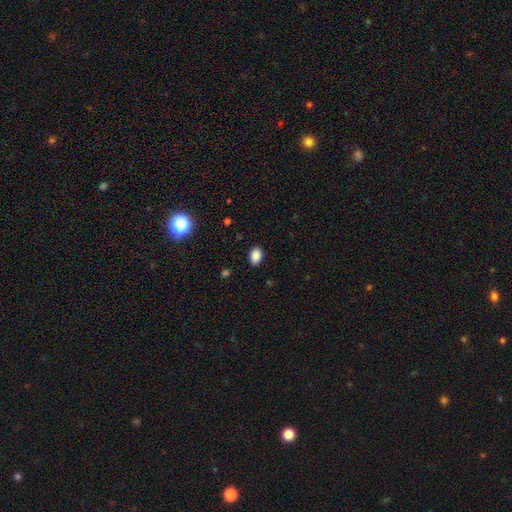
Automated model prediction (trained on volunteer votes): Smooth or featured: smooth — 88% (star or artifact — 9%)
How rounded: in between — 80% (round — 19%)
Merging: none — 88% (minor disturbance — 8%)